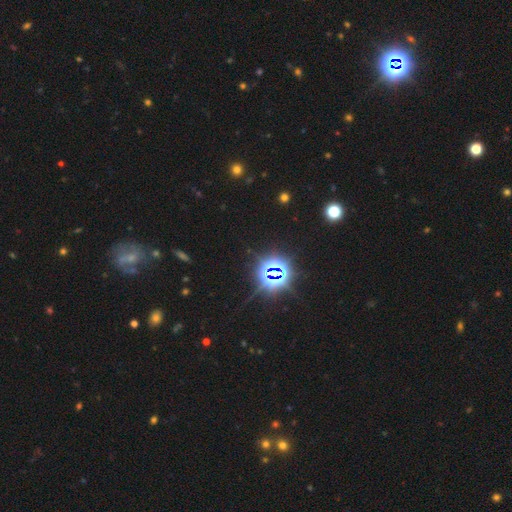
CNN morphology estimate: Smooth or featured?
  - star or artifact: 82% *
  - smooth: 12%
  - featured or disk: 7%